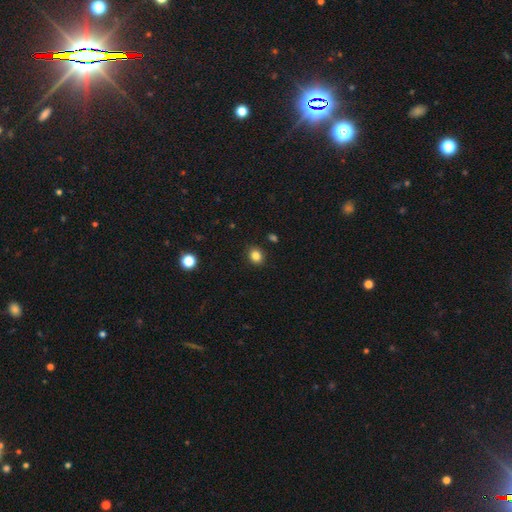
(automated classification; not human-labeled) Smooth or featured? smooth (84%)
How rounded? round (65%)
Merging? none (89%)